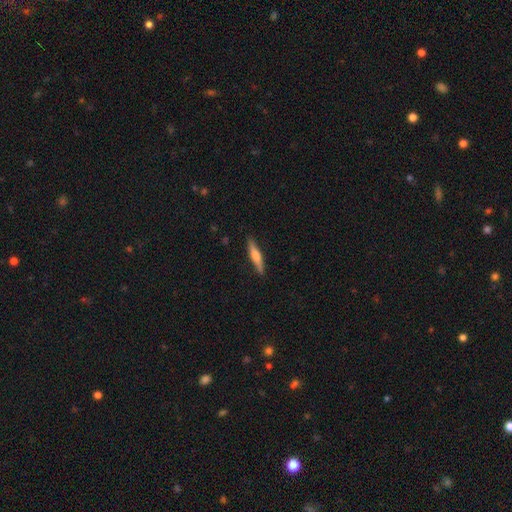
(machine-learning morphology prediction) Smooth or featured: smooth — 55% (featured or disk — 39%)
How rounded: cigar-shaped — 87% (in between — 12%)
Merging: none — 88% (minor disturbance — 9%)